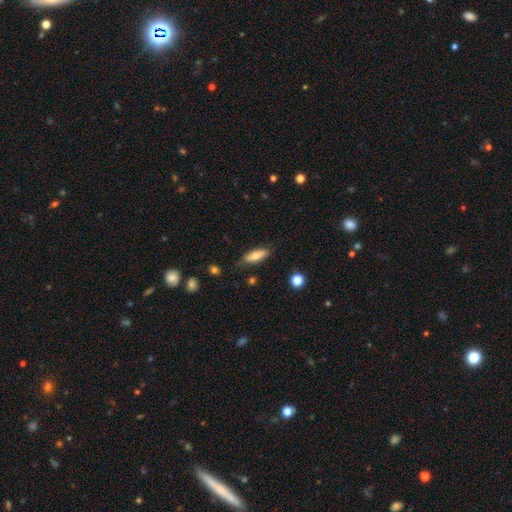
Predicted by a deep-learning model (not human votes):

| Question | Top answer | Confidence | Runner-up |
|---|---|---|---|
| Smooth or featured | smooth | 73% | featured or disk (20%) |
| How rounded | in between | 54% | cigar-shaped (44%) |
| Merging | none | 78% | minor disturbance (17%) |